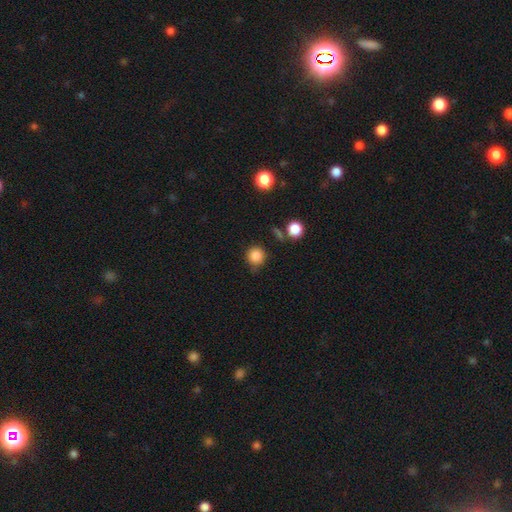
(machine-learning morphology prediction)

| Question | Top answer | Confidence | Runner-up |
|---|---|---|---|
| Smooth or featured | smooth | 85% | star or artifact (11%) |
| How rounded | round | 91% | in between (8%) |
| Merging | none | 73% | minor disturbance (18%) |